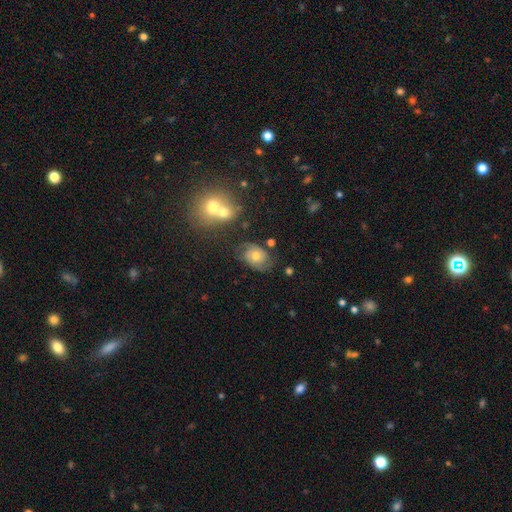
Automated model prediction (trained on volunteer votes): This appears to be a featured or disk galaxy (70%) with no bar (75%), 2 (76%) tight (44%) spiral arms (91%) and a moderate central bulge (70%). Merging: none (70%).